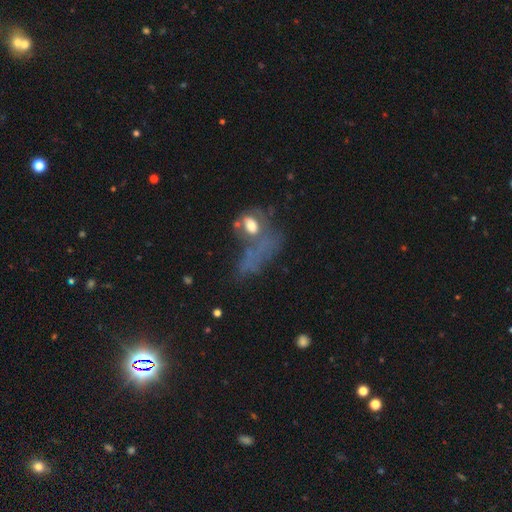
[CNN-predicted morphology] This is marginally a star or artifact rather than a galaxy (36%, tied with smooth).